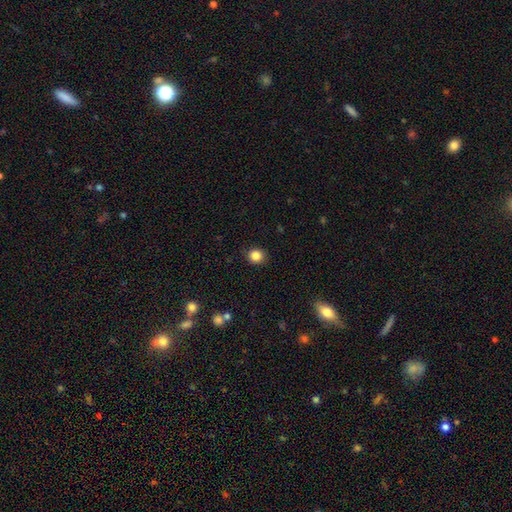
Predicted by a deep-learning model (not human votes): Morphology: type=smooth (85%); roundness=round (86%); merging=none (90%).